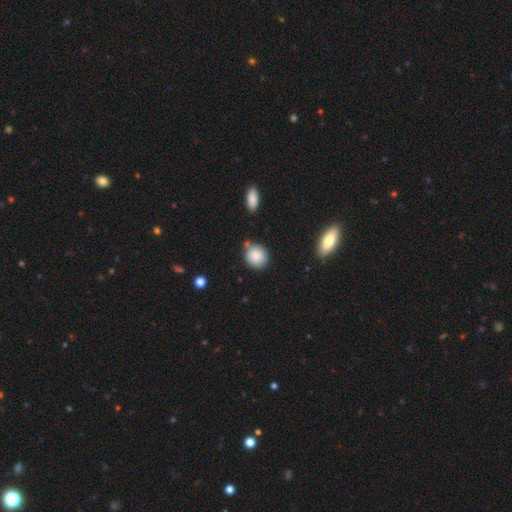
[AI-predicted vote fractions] Overall: smooth (84%). How rounded: round (83%). Merging: none (73%).